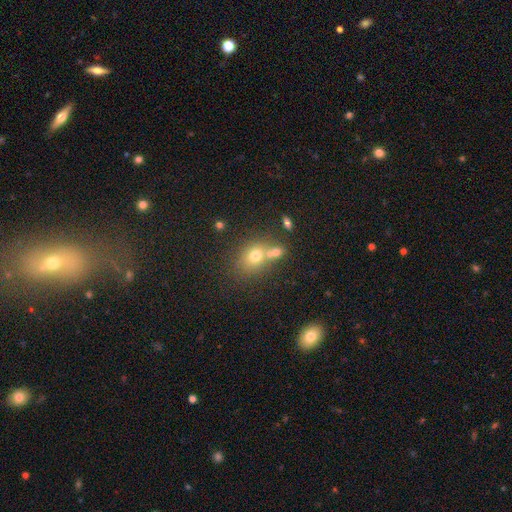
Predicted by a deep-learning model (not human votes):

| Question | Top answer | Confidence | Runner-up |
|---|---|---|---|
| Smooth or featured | smooth | 69% | featured or disk (16%) |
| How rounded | round | 59% | in between (40%) |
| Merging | none | 48% | merger (35%) |